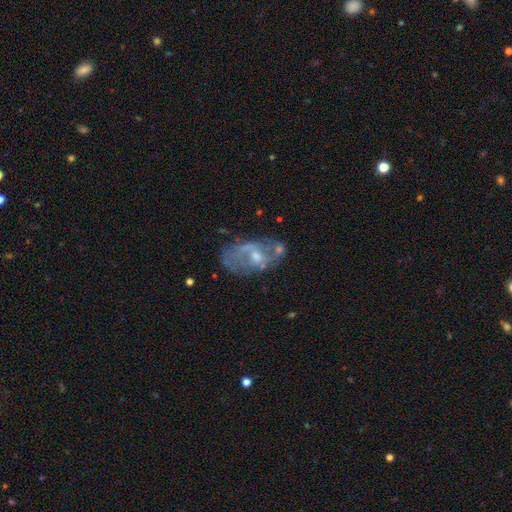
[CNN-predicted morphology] Overall: featured or disk (66%). Edge-on disk: no (94%). Bar: no (63%; weak 31%). Spiral arms: no (63%; yes 37%). Bulge size: moderate (47%; small 41%). Merging: none (46%; minor disturbance 22%).